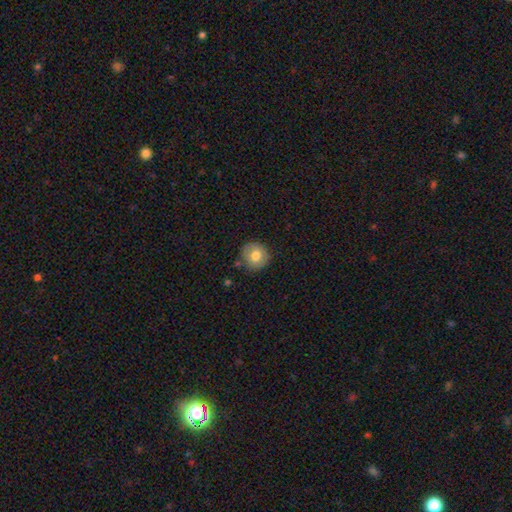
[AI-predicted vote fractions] smooth_or_featured: smooth (p=0.77) [alt: featured or disk p=0.14]
how_rounded: round (p=0.92) [alt: in between p=0.07]
merging: none (p=0.85) [alt: minor disturbance p=0.10]